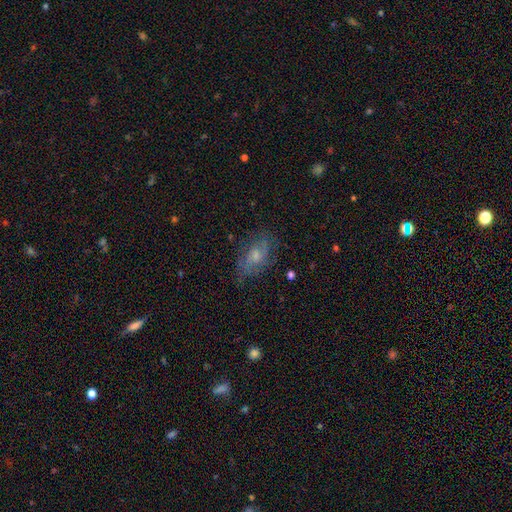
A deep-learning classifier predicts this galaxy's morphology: smooth_or_featured: featured or disk (p=0.60) [alt: smooth p=0.29]
disk_edge_on: no (p=0.94) [alt: yes p=0.06]
bar: no (p=0.57) [alt: weak p=0.36]
has_spiral_arms: yes (p=0.80) [alt: no p=0.20]
bulge_size: small (p=0.44) [alt: moderate p=0.39]
merging: none (p=0.66) [alt: minor disturbance p=0.21]